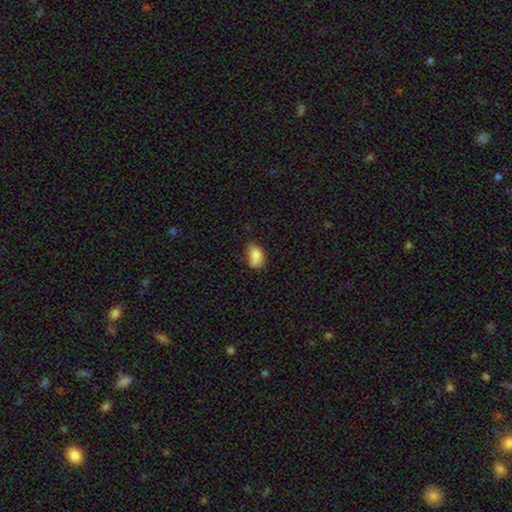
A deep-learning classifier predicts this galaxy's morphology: This is clearly a smooth galaxy (83%). How rounded: clearly in between (88%). Merging: marginally none (43%).